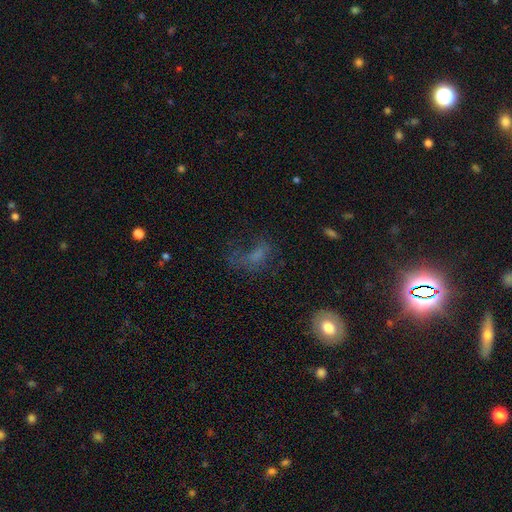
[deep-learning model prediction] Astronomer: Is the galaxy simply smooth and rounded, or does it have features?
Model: smooth — 48% (runner-up: featured or disk, 29%).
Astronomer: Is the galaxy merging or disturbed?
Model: major disturbance — 44% (runner-up: none, 33%).